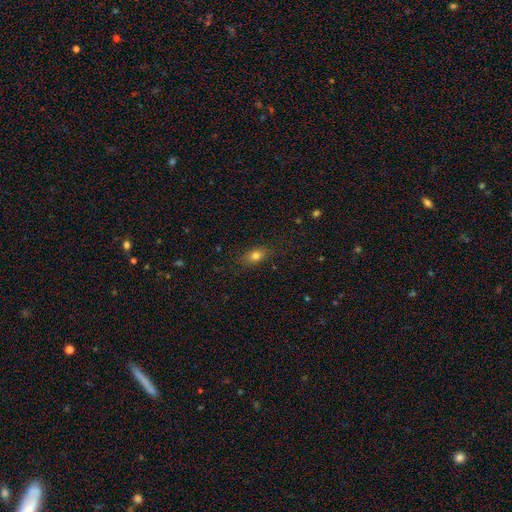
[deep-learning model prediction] A smooth galaxy with no disk features (77%) that is in between round and cigar-shaped (76%). Merging: none (83%).